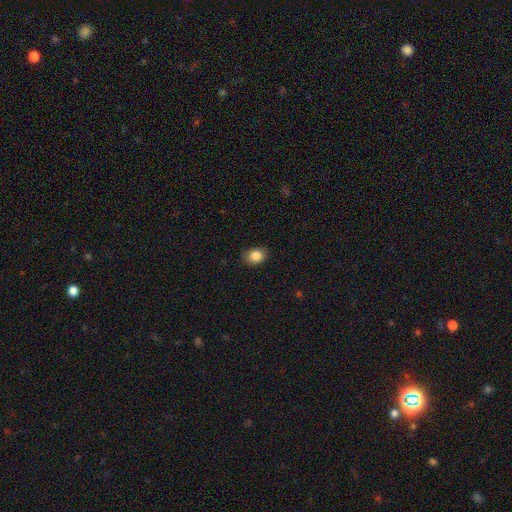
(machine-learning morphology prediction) smooth_or_featured: smooth (p=0.86) [alt: star or artifact p=0.09]
how_rounded: in between (p=0.52) [alt: round p=0.47]
merging: none (p=0.84) [alt: minor disturbance p=0.13]